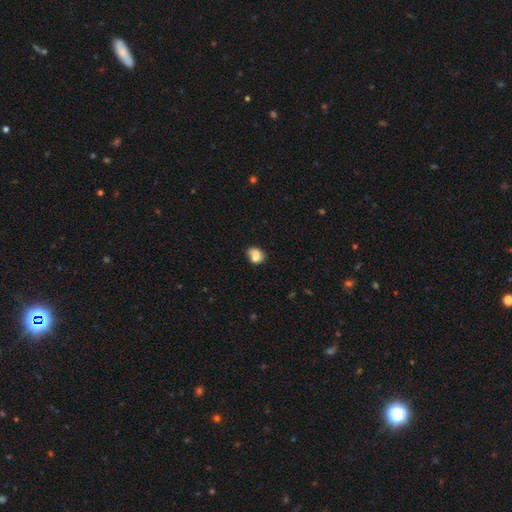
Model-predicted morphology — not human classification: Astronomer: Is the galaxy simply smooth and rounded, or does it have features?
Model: smooth — 73%.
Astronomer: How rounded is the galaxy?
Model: round — 50% (runner-up: in between, 49%).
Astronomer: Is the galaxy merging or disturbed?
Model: merger — 47% (runner-up: none, 33%).